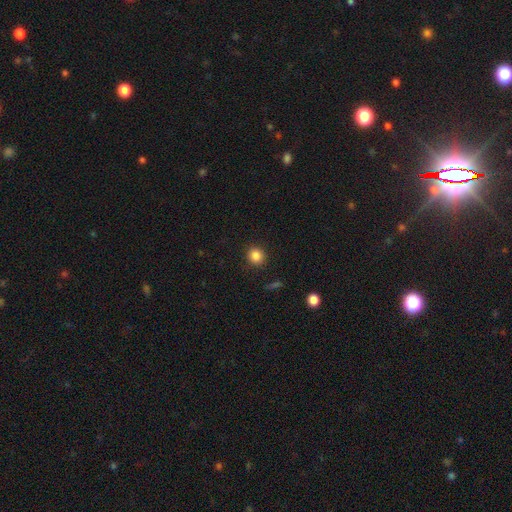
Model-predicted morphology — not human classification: Overall: smooth (85%). How rounded: round (88%). Merging: none (90%).